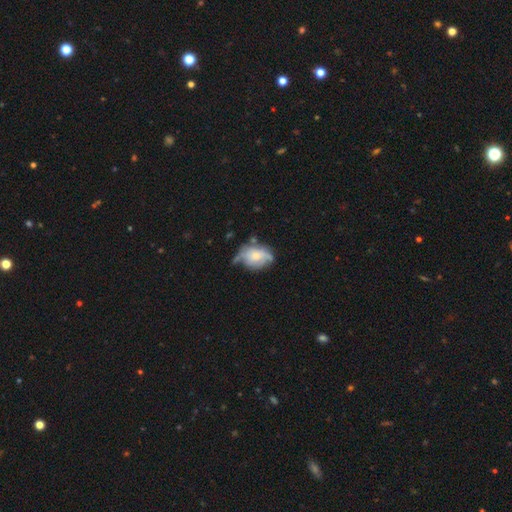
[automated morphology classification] smooth_or_featured: featured or disk (p=0.49) [alt: smooth p=0.44]
merging: none (p=0.39) [alt: minor disturbance p=0.35]